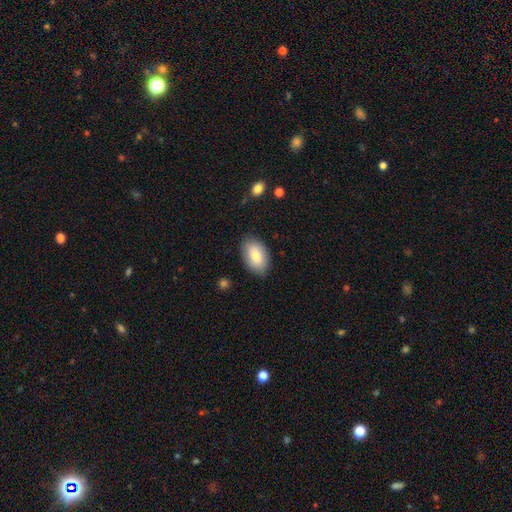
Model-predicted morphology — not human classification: The model was most divided on "smooth or featured": smooth: 81%, featured or disk: 13%, star or artifact: 6%. More confident: how rounded — in between (92%); merging — none (84%).